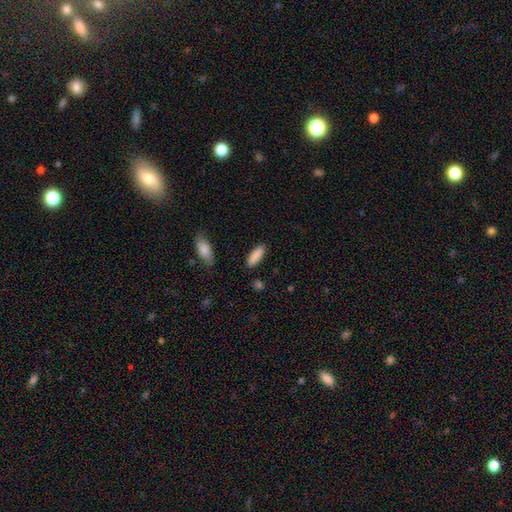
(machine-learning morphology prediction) Smooth or featured?
  - smooth: 89% *
  - star or artifact: 6%
  - featured or disk: 5%
How rounded?
  - in between: 58% *
  - cigar-shaped: 40%
  - round: 2%
Merging?
  - none: 86% *
  - minor disturbance: 10%
  - major disturbance: 2%
  - merger: 2%